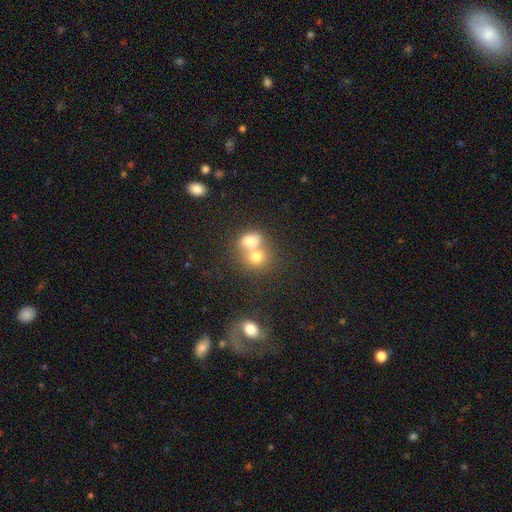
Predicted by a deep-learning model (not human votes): A smooth galaxy with no disk features (64%) that is round (61%).

Vote fractions:
- Smooth or featured? smooth: 64% / featured or disk: 23% / star or artifact: 13%
- How rounded? round: 61% / in between: 38% / cigar-shaped: 1%
- Merging? merger: 65% / none: 23% / minor disturbance: 6% / major disturbance: 5%